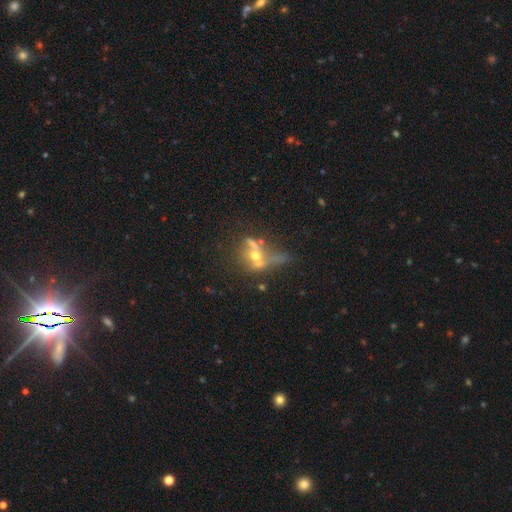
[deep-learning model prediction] Smooth or featured? featured or disk (51%)
Edge-on disk? no (69%)
Merging? merger (36%)